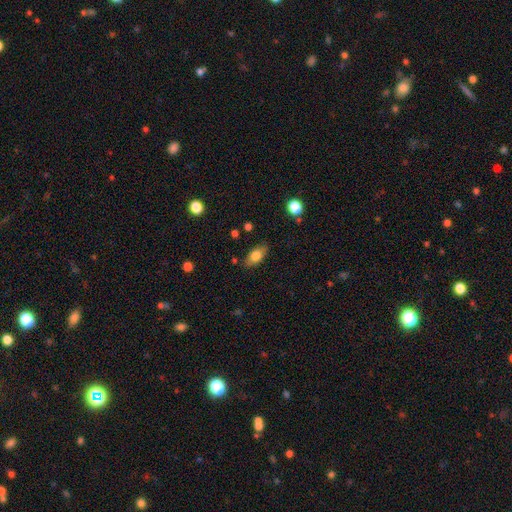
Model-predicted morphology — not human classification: A smooth galaxy with no disk features (76%) that is in between round and cigar-shaped (87%).

Vote fractions:
- Smooth or featured? smooth: 76% / featured or disk: 17% / star or artifact: 7%
- How rounded? in between: 87% / cigar-shaped: 8% / round: 5%
- Merging? none: 83% / minor disturbance: 13% / major disturbance: 3% / merger: 2%